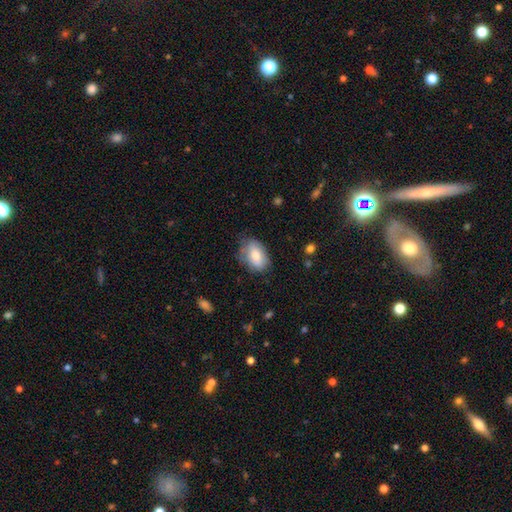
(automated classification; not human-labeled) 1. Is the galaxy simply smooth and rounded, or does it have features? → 76% smooth, 17% featured or disk, 7% star or artifact.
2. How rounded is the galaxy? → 89% in between, 10% round, 2% cigar-shaped.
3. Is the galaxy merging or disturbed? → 65% none, 27% minor disturbance, 7% major disturbance, 2% merger.